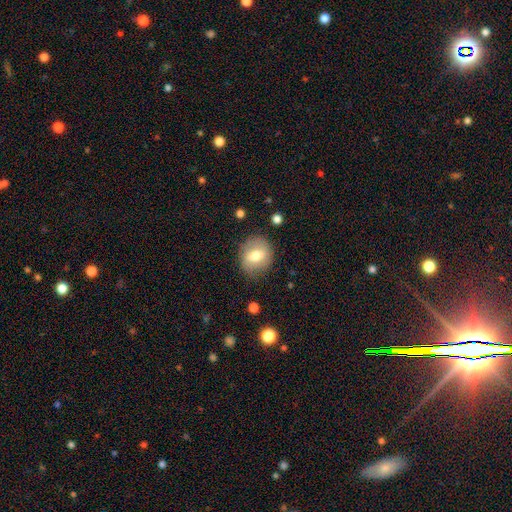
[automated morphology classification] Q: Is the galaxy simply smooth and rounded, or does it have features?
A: smooth — 65%.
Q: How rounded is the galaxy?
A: round — 71%.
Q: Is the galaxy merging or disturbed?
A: none — 81%.